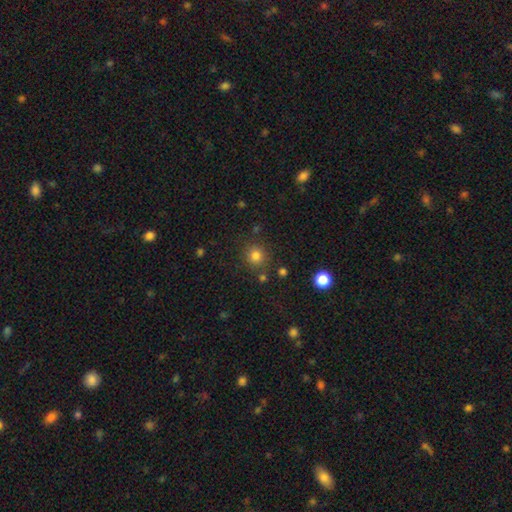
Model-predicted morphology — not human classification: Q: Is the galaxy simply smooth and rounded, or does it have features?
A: smooth — 81%.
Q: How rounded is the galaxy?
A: round — 89%.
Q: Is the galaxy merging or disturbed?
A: none — 83%.